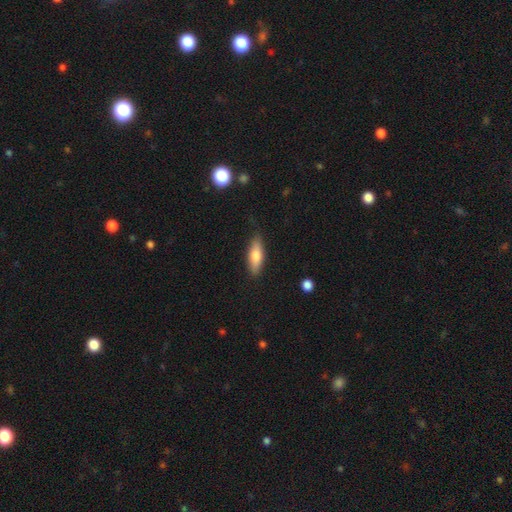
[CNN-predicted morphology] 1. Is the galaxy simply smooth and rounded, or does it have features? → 72% smooth, 22% featured or disk, 6% star or artifact.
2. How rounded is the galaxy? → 56% in between, 42% cigar-shaped, 2% round.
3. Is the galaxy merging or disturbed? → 82% none, 14% minor disturbance, 3% major disturbance, 1% merger.